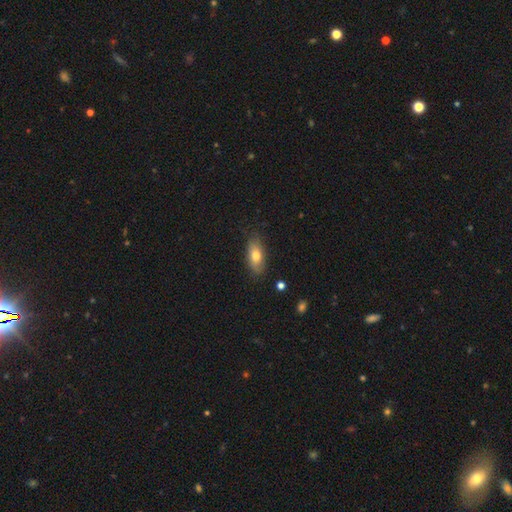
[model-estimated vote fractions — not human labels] smooth-or-featured: smooth: 72% | featured or disk: 21% | star or artifact: 7%
  how-rounded: in between: 84% | cigar-shaped: 11% | round: 5%
  merging: none: 78% | minor disturbance: 17% | major disturbance: 3% | merger: 1%